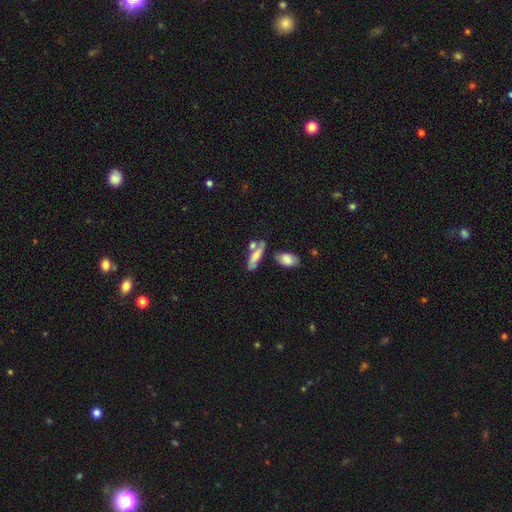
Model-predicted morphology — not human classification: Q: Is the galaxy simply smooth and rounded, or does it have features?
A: smooth — 59%.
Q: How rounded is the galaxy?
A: in between — 54%.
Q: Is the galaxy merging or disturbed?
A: none — 44%.